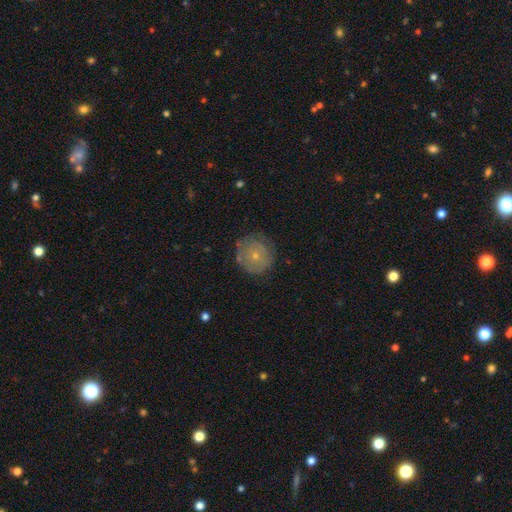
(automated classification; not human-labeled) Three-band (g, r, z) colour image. It shows a smooth galaxy with no disk features (56%) that is round (90%). Merging: none (76%).